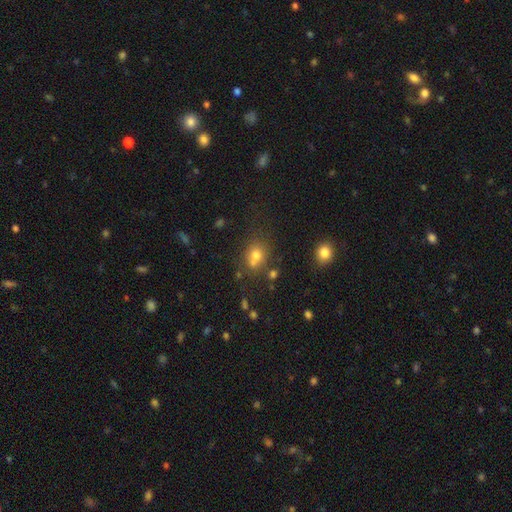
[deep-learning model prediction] Smooth or featured? Predicted: smooth (p=0.70). How rounded? Predicted: round (p=0.67). Merging? Predicted: none (p=0.54).